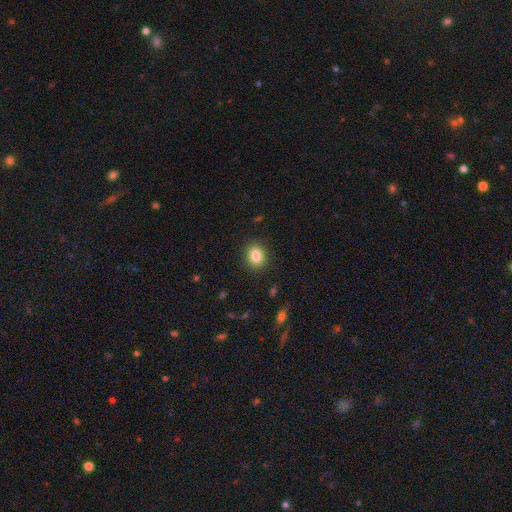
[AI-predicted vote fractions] The model was most divided on "how rounded": round: 57%, in between: 42%, cigar-shaped: 1%. More confident: merging — none (89%); smooth or featured — smooth (84%).